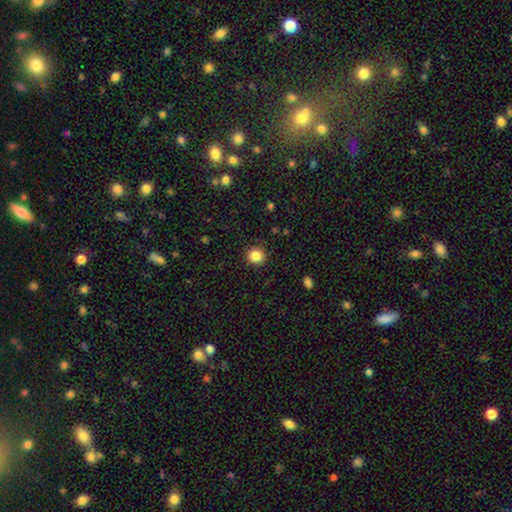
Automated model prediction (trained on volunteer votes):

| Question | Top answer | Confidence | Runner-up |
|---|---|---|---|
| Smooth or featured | smooth | 85% | star or artifact (11%) |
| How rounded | round | 91% | in between (8%) |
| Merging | none | 91% | minor disturbance (6%) |